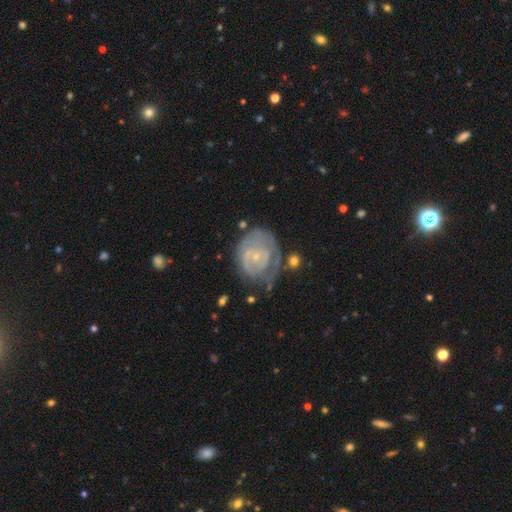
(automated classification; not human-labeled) Smooth or featured? featured or disk (76%)
Edge-on disk? no (98%)
Bar? no (71%)
Spiral arms? yes (78%)
Spiral winding? tight (69%)
Spiral arm count? can't tell (48%)
Bulge size? small (79%)
Merging? none (51%)